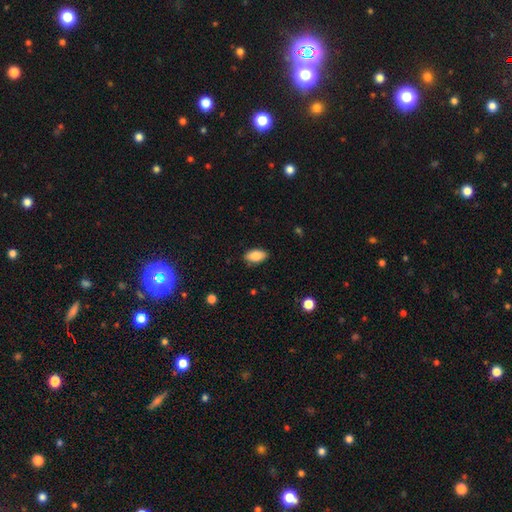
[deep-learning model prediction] Overall: smooth (84%). How rounded: in between (93%). Merging: none (87%).